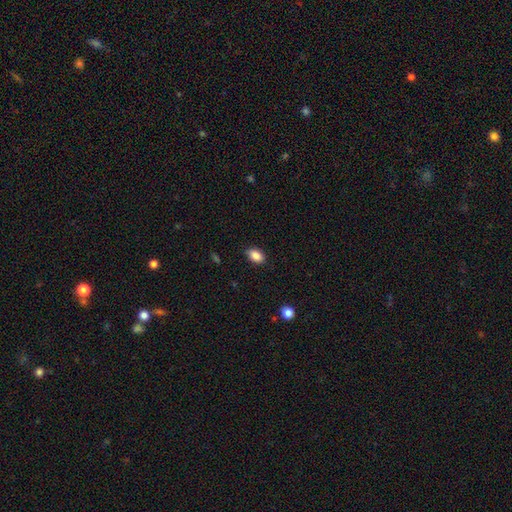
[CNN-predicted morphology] Smooth or featured?
  - smooth: 88% *
  - star or artifact: 8%
  - featured or disk: 4%
How rounded?
  - in between: 89% *
  - round: 9%
  - cigar-shaped: 2%
Merging?
  - none: 86% *
  - minor disturbance: 11%
  - major disturbance: 2%
  - merger: 1%